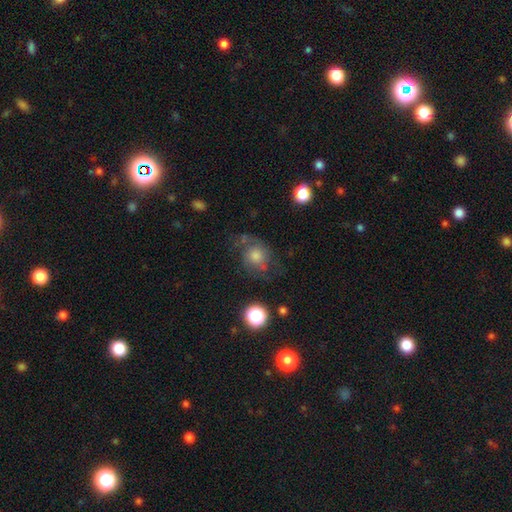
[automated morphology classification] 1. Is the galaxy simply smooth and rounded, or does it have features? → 48% smooth, 36% featured or disk, 16% star or artifact.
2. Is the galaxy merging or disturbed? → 55% none, 22% minor disturbance, 19% major disturbance, 4% merger.